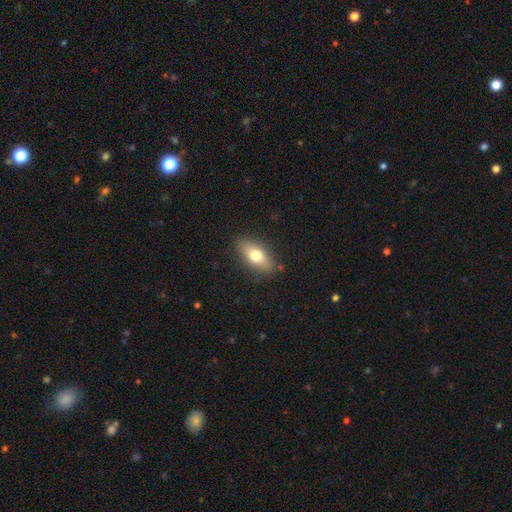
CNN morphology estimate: Smooth or featured? smooth (70%)
How rounded? in between (79%)
Merging? none (85%)